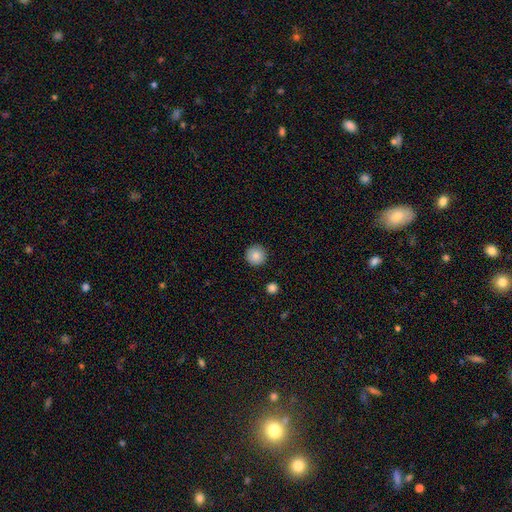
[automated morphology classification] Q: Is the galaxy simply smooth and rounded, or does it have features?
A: smooth — 87%.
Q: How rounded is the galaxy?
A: round — 96%.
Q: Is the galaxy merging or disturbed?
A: none — 92%.